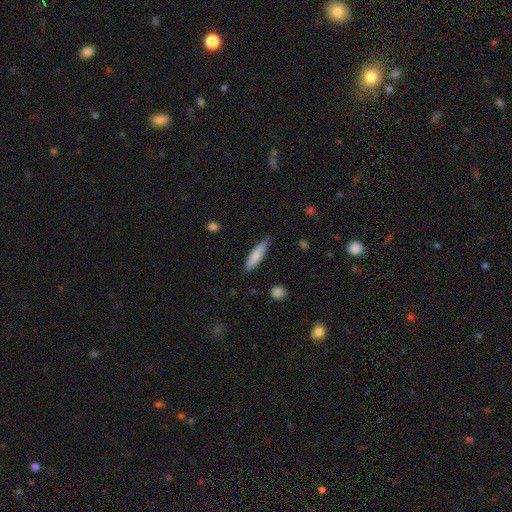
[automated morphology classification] type=smooth (81%); roundness=cigar-shaped (74%); merging=none (75%).